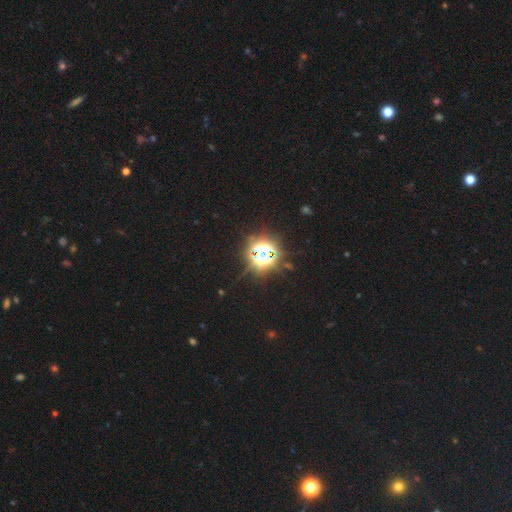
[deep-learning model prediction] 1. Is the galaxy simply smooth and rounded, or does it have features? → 76% star or artifact, 15% smooth, 9% featured or disk.